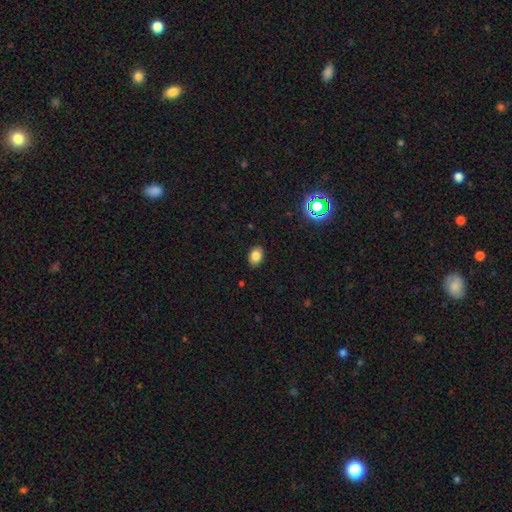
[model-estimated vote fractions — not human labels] Smooth or featured?
  - smooth: 83% *
  - star or artifact: 11%
  - featured or disk: 6%
How rounded?
  - in between: 73% *
  - round: 26%
  - cigar-shaped: 1%
Merging?
  - none: 88% *
  - minor disturbance: 9%
  - major disturbance: 2%
  - merger: 1%